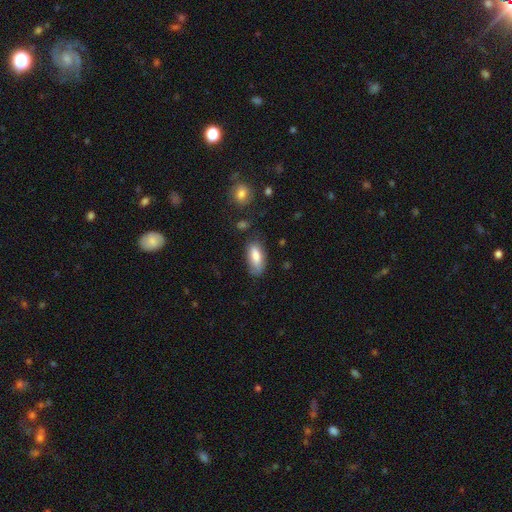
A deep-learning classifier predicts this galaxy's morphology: Smooth or featured?
  - smooth: 82% *
  - featured or disk: 11%
  - star or artifact: 7%
How rounded?
  - in between: 85% *
  - cigar-shaped: 12%
  - round: 2%
Merging?
  - none: 66% *
  - minor disturbance: 24%
  - major disturbance: 7%
  - merger: 3%